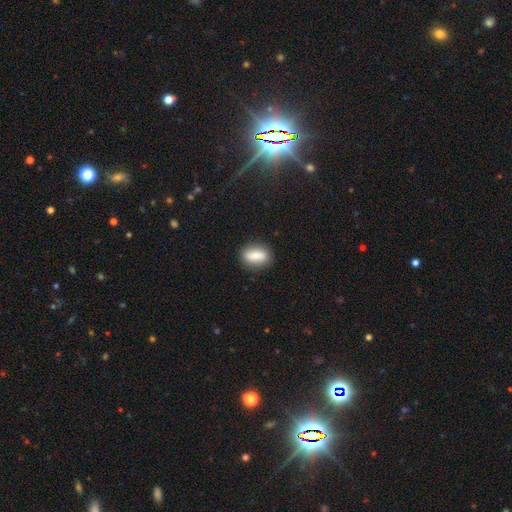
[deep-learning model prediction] Q: Smooth or featured?
A: smooth (72%); runner-up: featured or disk (20%)
Q: How rounded?
A: in between (69%); runner-up: round (16%)
Q: Merging?
A: none (86%); runner-up: minor disturbance (10%)